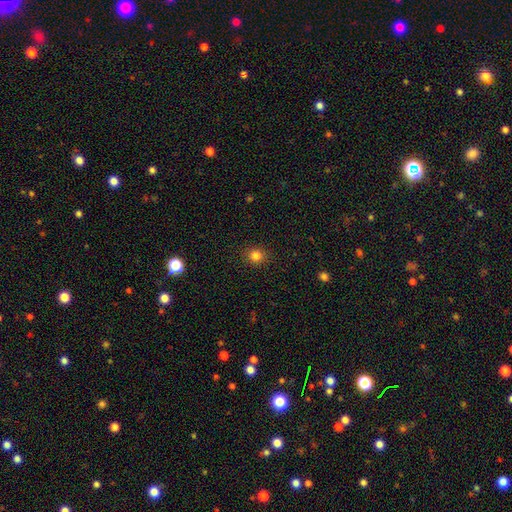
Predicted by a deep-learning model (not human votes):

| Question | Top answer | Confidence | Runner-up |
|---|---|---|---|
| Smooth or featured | smooth | 83% | star or artifact (13%) |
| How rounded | round | 85% | in between (14%) |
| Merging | none | 90% | minor disturbance (7%) |